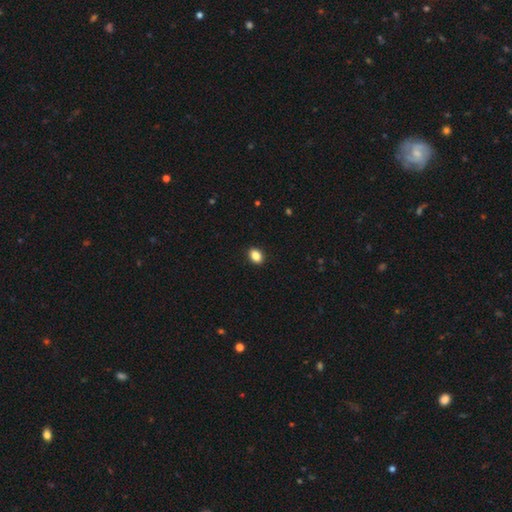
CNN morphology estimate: Smooth or featured: smooth — 87% (star or artifact — 9%)
How rounded: in between — 74% (round — 25%)
Merging: none — 91% (minor disturbance — 6%)